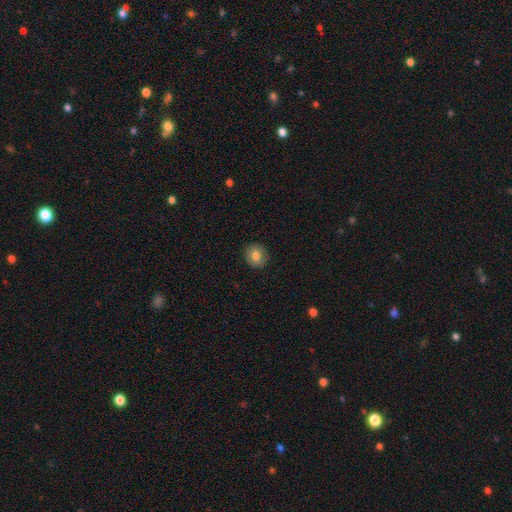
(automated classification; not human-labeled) A smooth galaxy with no disk features (77%) that is round (85%). Merging: none (90%).